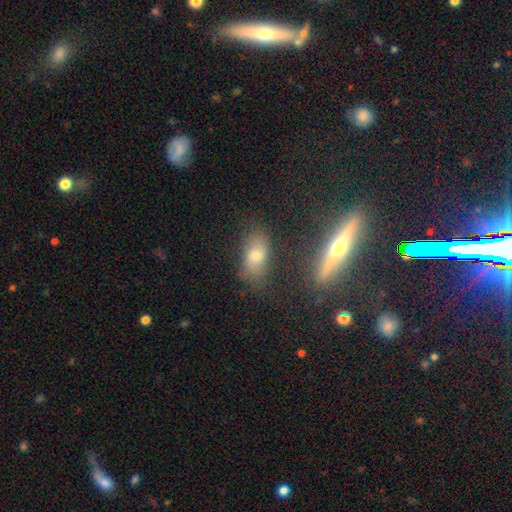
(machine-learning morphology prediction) A smooth galaxy with no disk features (57%) that is in between round and cigar-shaped (82%). Merging: none (75%).